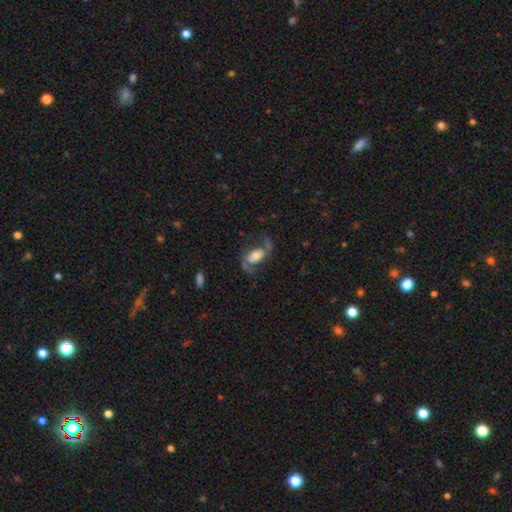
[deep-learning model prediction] Overall: featured or disk (70%). Edge-on disk: no (94%). Bar: no (46%; weak 31%). Spiral arms: yes (86%). Spiral arm count: 2 (89%). Spiral winding: loose (59%; medium 33%). Bulge size: moderate (50%; small 24%). Merging: none (57%; major disturbance 22%).